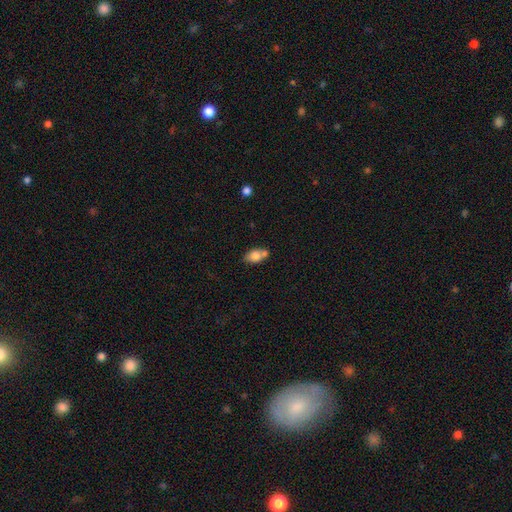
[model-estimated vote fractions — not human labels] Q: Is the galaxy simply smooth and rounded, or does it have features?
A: smooth — 77%.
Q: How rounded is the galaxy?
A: in between — 82%.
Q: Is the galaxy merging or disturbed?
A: none — 49%.